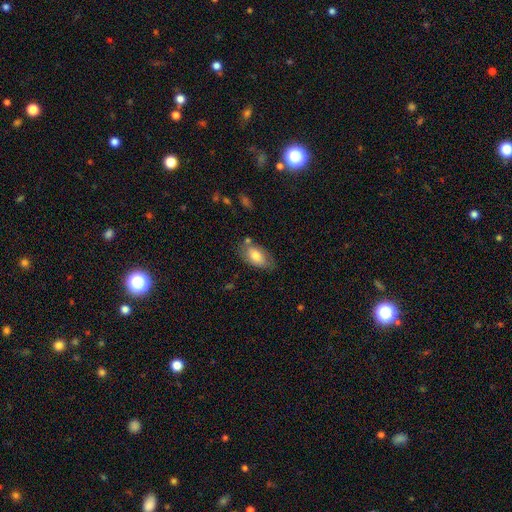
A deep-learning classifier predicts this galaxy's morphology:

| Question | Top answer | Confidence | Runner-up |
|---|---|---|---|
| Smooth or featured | smooth | 73% | featured or disk (20%) |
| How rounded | in between | 92% | round (4%) |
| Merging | none | 68% | minor disturbance (20%) |